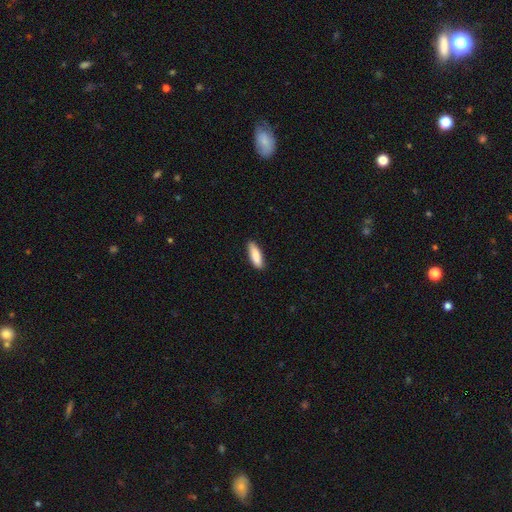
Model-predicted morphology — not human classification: A smooth galaxy with no disk features (87%) that is in between round and cigar-shaped (50%). Merging: none (85%).